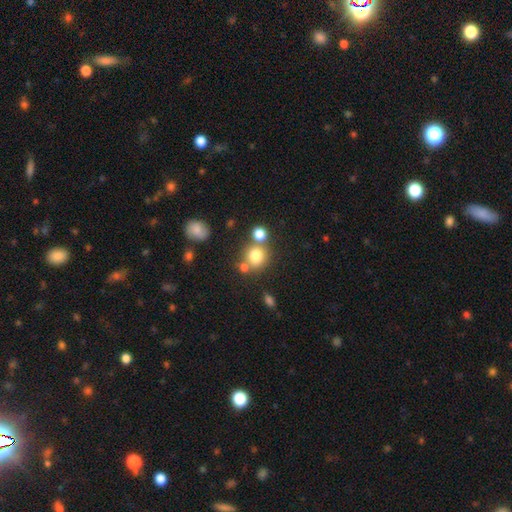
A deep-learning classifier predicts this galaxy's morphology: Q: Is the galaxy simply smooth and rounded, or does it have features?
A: smooth — 78%.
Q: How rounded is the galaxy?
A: round — 83%.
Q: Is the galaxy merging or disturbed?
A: none — 61%.